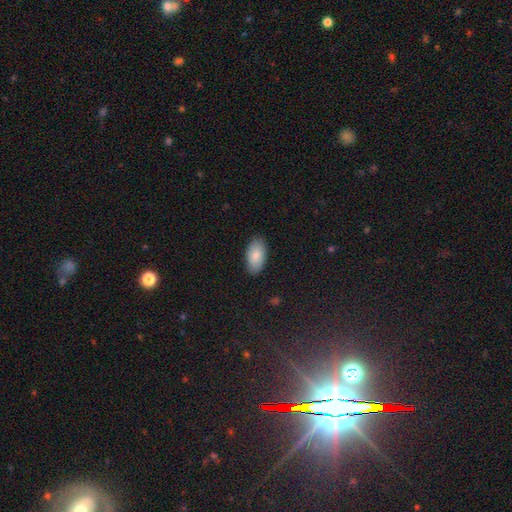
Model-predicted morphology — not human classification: A smooth galaxy with no disk features (86%) that is in between round and cigar-shaped (95%). Merging: none (87%).